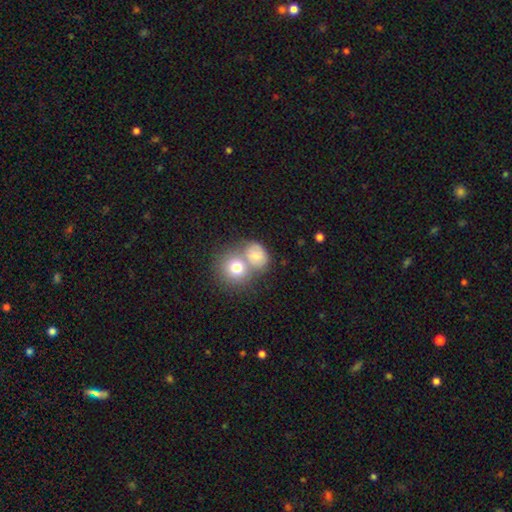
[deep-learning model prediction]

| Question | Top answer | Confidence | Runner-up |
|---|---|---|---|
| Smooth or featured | smooth | 72% | featured or disk (18%) |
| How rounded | round | 69% | in between (30%) |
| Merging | merger | 51% | none (34%) |